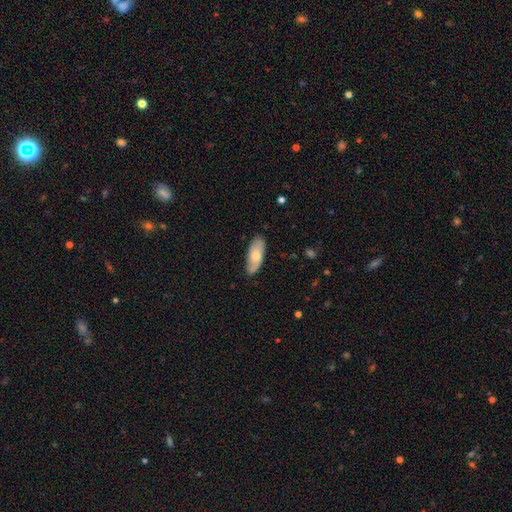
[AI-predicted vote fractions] Smooth or featured? Predicted: smooth (p=0.61). How rounded? Predicted: in between (p=0.78). Merging? Predicted: none (p=0.79).